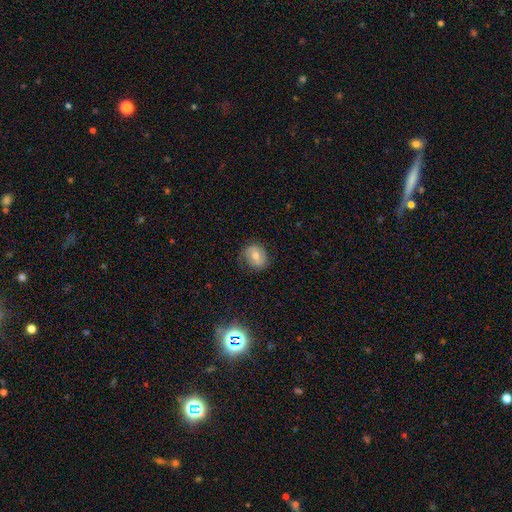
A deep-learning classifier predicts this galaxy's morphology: Smooth or featured: featured or disk — 53% (smooth — 34%)
Edge-on disk: no — 96% (yes — 4%)
Bar: weak — 40% (no — 37%)
Spiral arms: yes — 66% (no — 34%)
Bulge size: moderate — 66% (small — 28%)
Merging: none — 78% (minor disturbance — 15%)